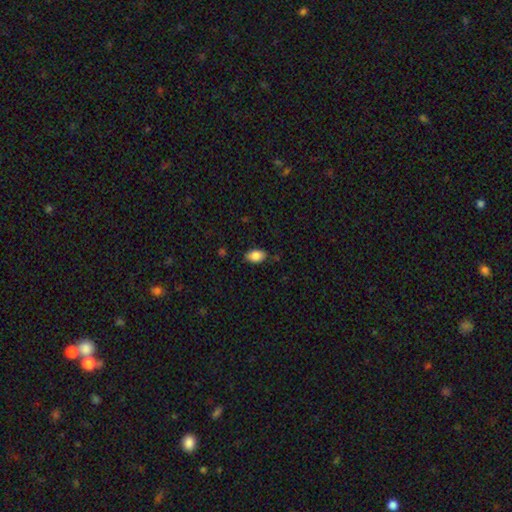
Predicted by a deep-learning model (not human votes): Smooth or featured? smooth (86%)
How rounded? in between (89%)
Merging? none (80%)